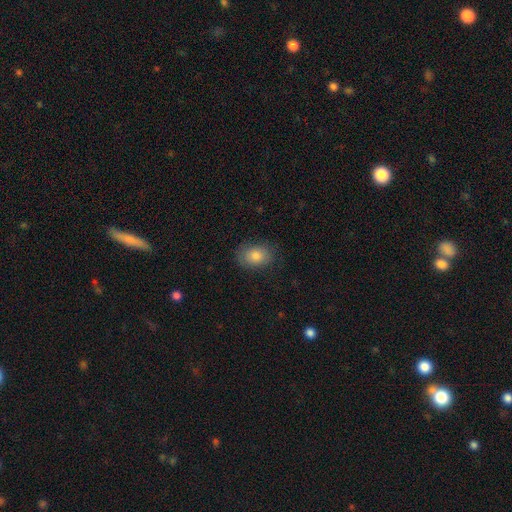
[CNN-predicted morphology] Overall: smooth (81%). How rounded: in between (72%). Merging: none (80%).